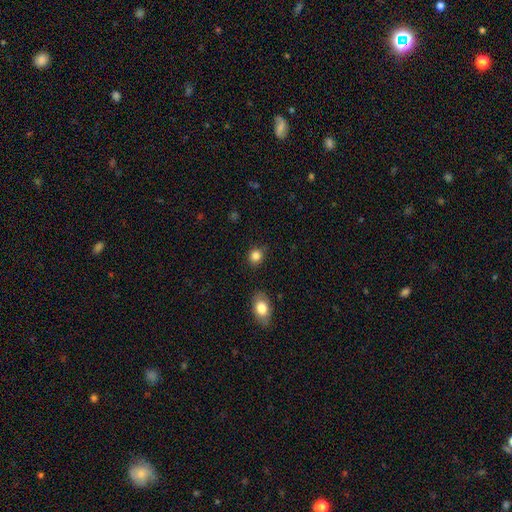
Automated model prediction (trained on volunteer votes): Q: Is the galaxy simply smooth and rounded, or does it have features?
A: smooth — 85%.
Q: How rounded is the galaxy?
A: round — 75%.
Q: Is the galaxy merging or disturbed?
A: none — 83%.